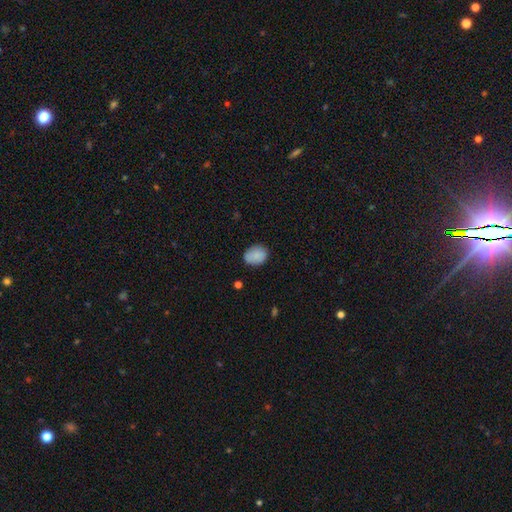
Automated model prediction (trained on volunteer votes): Smooth or featured?
  - smooth: 87% *
  - star or artifact: 8%
  - featured or disk: 6%
How rounded?
  - in between: 62% *
  - round: 37%
  - cigar-shaped: 1%
Merging?
  - none: 80% *
  - minor disturbance: 16%
  - major disturbance: 3%
  - merger: 1%